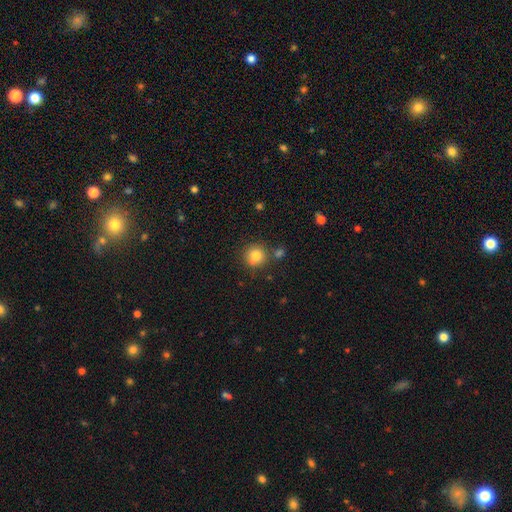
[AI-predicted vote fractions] smooth_or_featured: smooth (p=0.82) [alt: star or artifact p=0.11]
how_rounded: round (p=0.92) [alt: in between p=0.07]
merging: none (p=0.78) [alt: minor disturbance p=0.10]